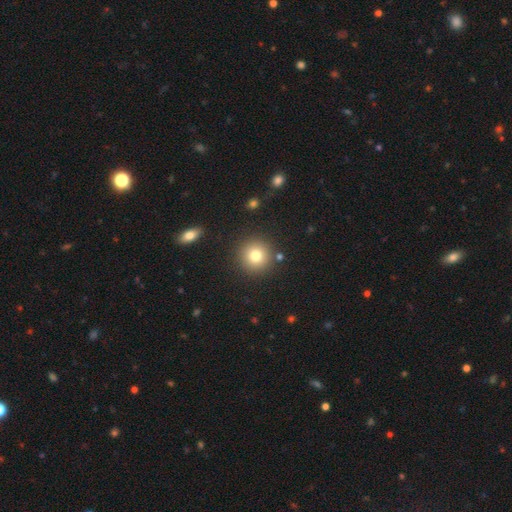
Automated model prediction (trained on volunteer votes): Smooth or featured? smooth (78%)
How rounded? round (94%)
Merging? none (88%)